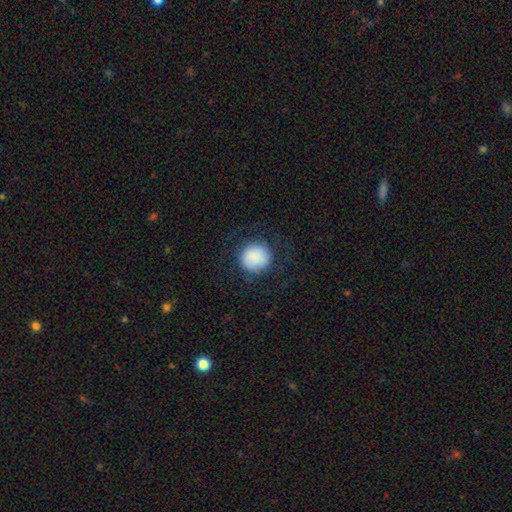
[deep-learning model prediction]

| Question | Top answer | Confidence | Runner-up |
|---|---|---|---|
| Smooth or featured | smooth | 85% | featured or disk (8%) |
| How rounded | round | 91% | in between (8%) |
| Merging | none | 78% | minor disturbance (13%) |